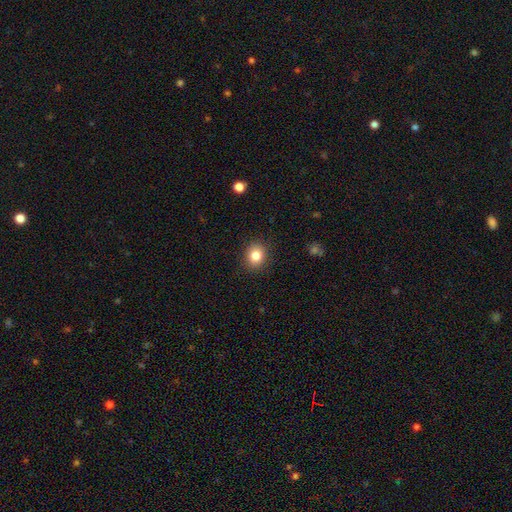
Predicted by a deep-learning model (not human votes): smooth_or_featured: smooth (p=0.83) [alt: star or artifact p=0.10]
how_rounded: round (p=0.71) [alt: in between p=0.28]
merging: none (p=0.90) [alt: minor disturbance p=0.07]